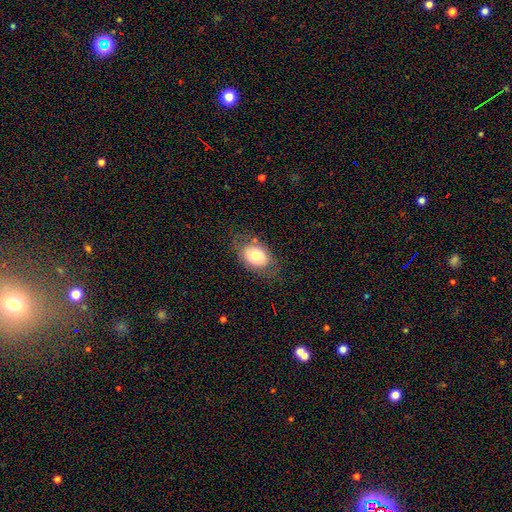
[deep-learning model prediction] Morphology: type=smooth (72%); roundness=in between (72%); merging=none (71%).